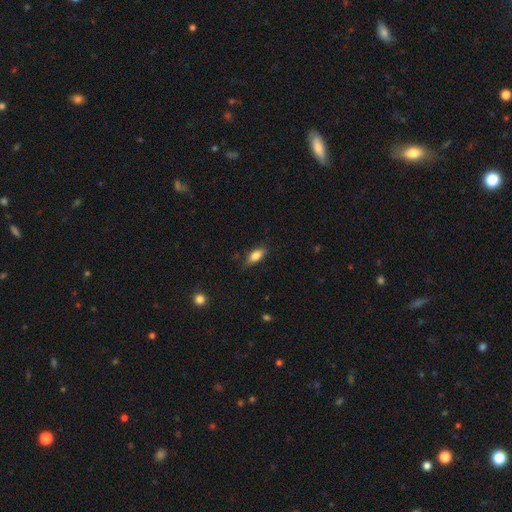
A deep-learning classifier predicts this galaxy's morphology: The model was most divided on "merging": none: 78%, minor disturbance: 18%, major disturbance: 3%, merger: 1%. More confident: how rounded — in between (82%); smooth or featured — smooth (80%).